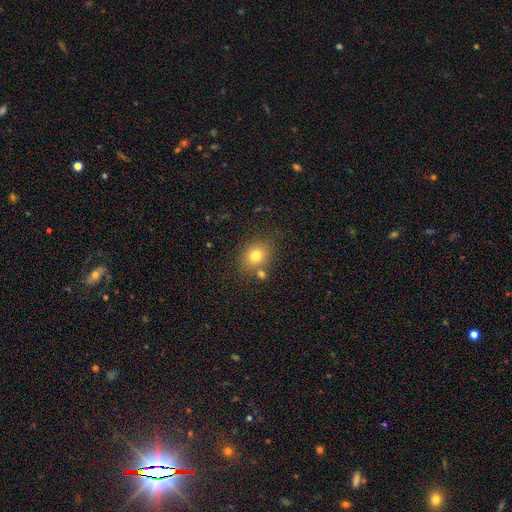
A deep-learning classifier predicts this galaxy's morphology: smooth 77%, star or artifact 13%, featured or disk 11%. Down the decision tree: how rounded — round (61%); merging — none (70%).